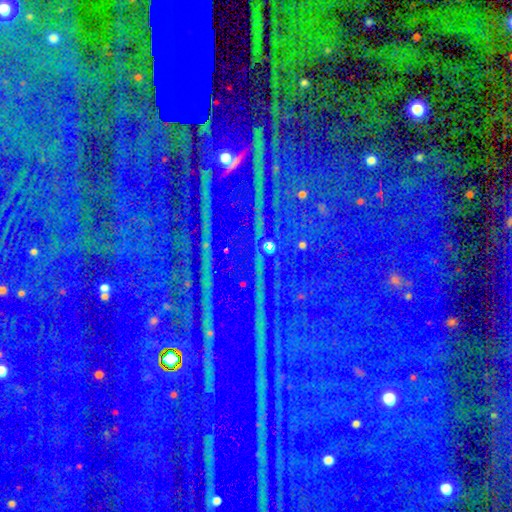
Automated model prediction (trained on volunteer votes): star or artifact 84%, featured or disk 8%, smooth 8%.